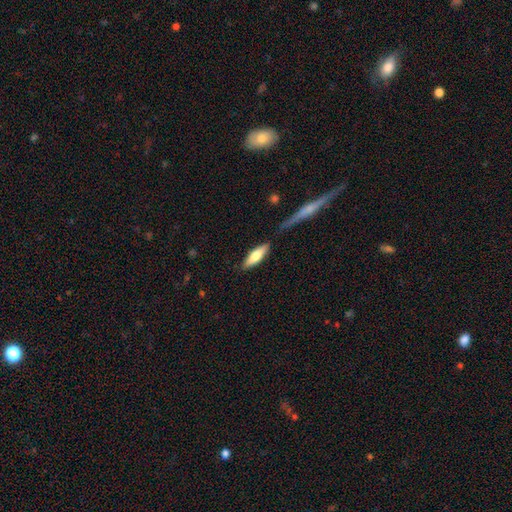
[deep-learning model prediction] smooth-or-featured: smooth: 73% | featured or disk: 22% | star or artifact: 6%
  how-rounded: in between: 50% | cigar-shaped: 48% | round: 2%
  merging: none: 80% | minor disturbance: 13% | merger: 5% | major disturbance: 3%